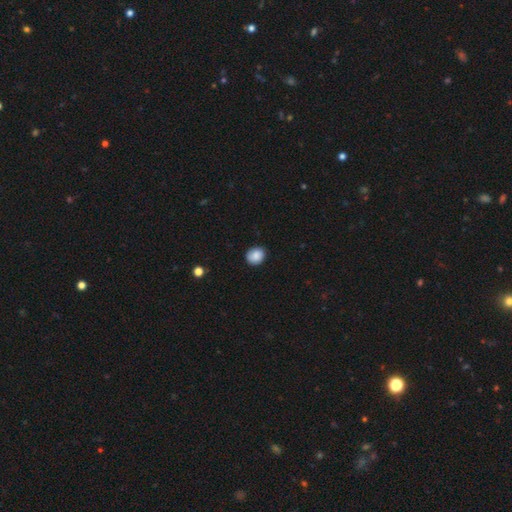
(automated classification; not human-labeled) Overall: smooth (86%). How rounded: round (73%). Merging: none (84%).